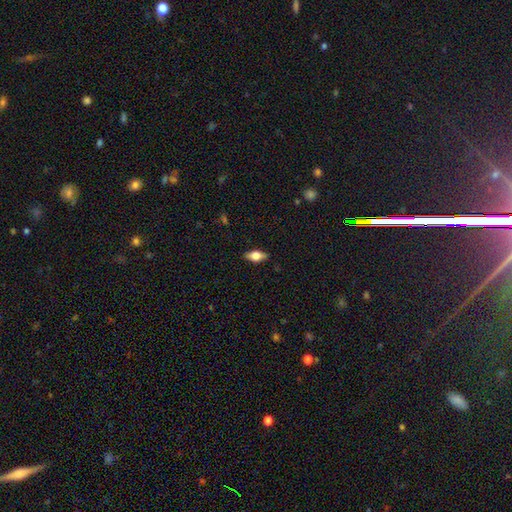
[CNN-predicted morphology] A smooth galaxy with no disk features (62%) that is in between round and cigar-shaped (83%). Merging: none (87%).